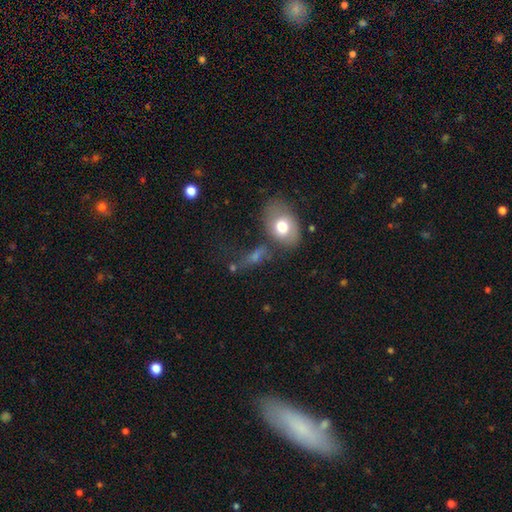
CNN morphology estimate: This is possibly a smooth galaxy (58%). How rounded: likely in between (72%). Merging: marginally none (44%).